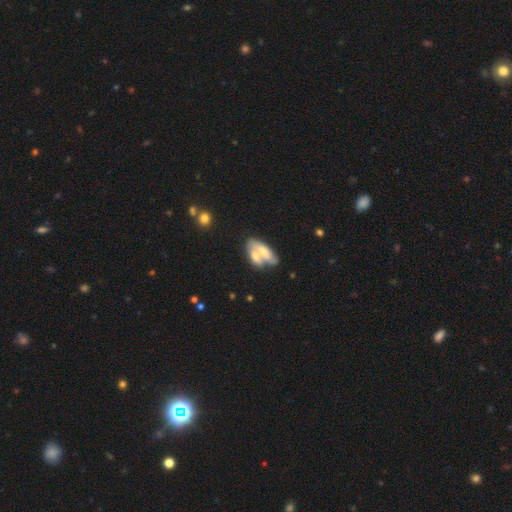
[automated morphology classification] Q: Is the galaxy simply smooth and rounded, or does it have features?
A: smooth — 55%.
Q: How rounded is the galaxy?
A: in between — 83%.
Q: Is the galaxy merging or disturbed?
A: merger — 65%.